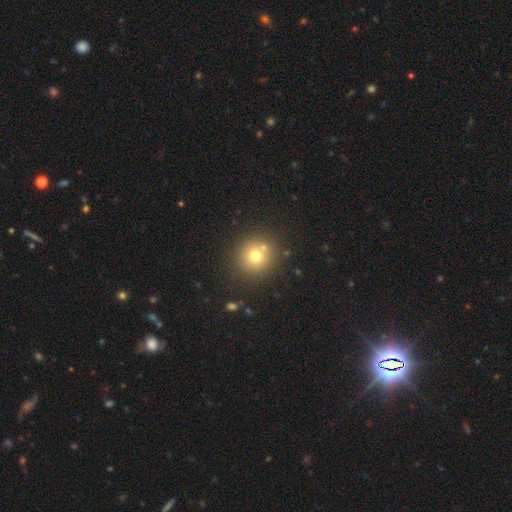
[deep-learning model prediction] smooth_or_featured: smooth (p=0.72) [alt: star or artifact p=0.15]
how_rounded: round (p=0.93) [alt: in between p=0.06]
merging: none (p=0.76) [alt: merger p=0.13]